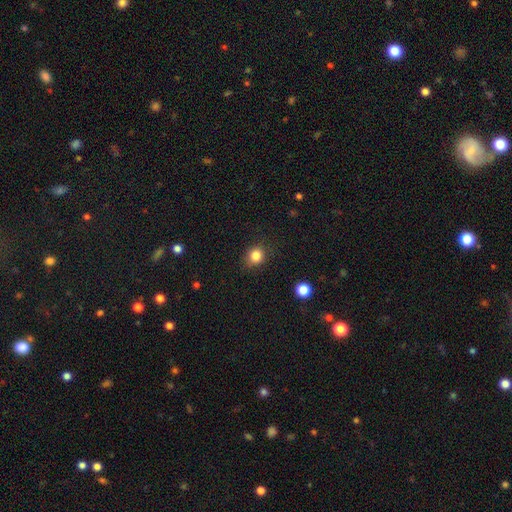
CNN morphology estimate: smooth-or-featured: smooth: 83% | star or artifact: 12% | featured or disk: 5%
  how-rounded: round: 75% | in between: 24% | cigar-shaped: 1%
  merging: none: 83% | minor disturbance: 13% | major disturbance: 3% | merger: 1%